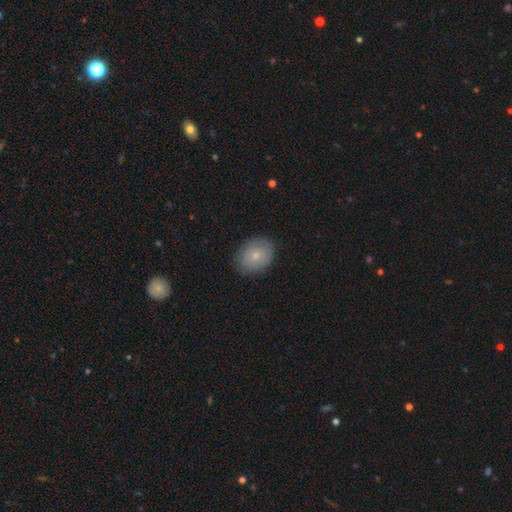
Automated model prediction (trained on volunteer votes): smooth-or-featured: smooth: 77% | featured or disk: 15% | star or artifact: 8%
  how-rounded: round: 50% | in between: 49% | cigar-shaped: 1%
  merging: none: 84% | minor disturbance: 12% | major disturbance: 3% | merger: 1%